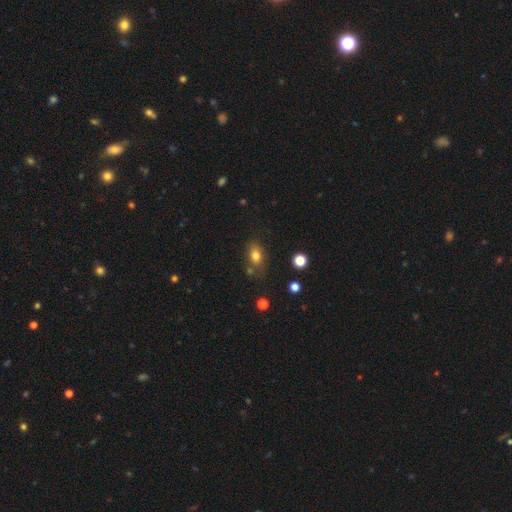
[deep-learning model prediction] smooth_or_featured: smooth (p=0.78) [alt: star or artifact p=0.12]
how_rounded: in between (p=0.75) [alt: round p=0.22]
merging: none (p=0.69) [alt: minor disturbance p=0.17]